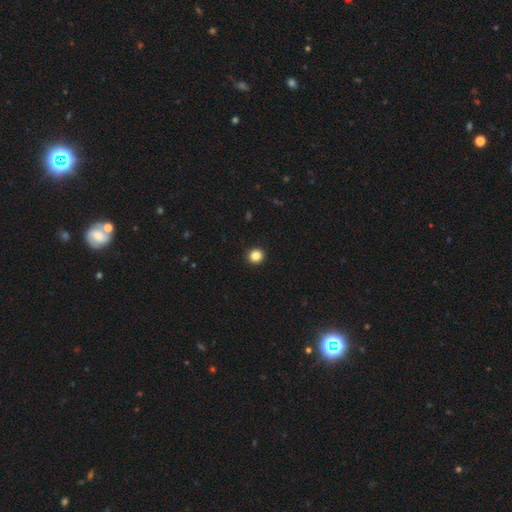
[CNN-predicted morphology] smooth-or-featured: smooth: 85% | star or artifact: 11% | featured or disk: 4%
  how-rounded: round: 93% | in between: 6% | cigar-shaped: 1%
  merging: none: 94% | minor disturbance: 4% | major disturbance: 1% | merger: 1%